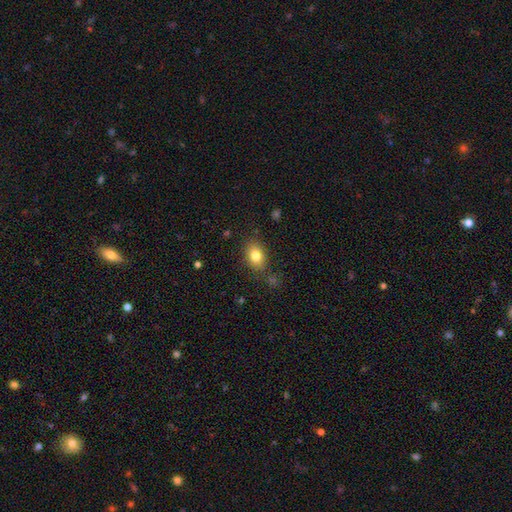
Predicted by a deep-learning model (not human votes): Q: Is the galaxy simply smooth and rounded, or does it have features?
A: smooth — 82%.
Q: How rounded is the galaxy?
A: in between — 76%.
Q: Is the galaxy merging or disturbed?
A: none — 82%.